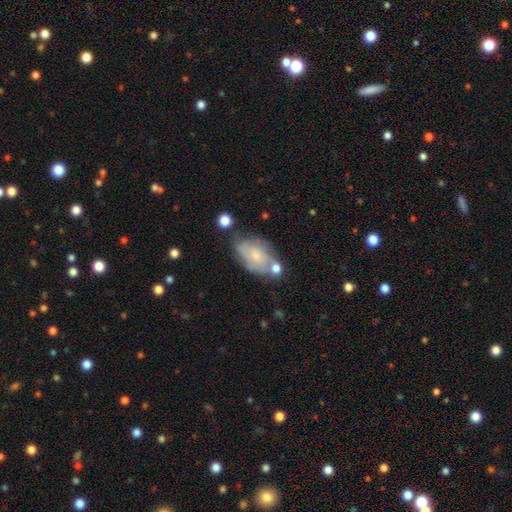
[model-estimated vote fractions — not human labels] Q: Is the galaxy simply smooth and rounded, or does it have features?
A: featured or disk — 50%.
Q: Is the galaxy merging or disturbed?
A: none — 49%.